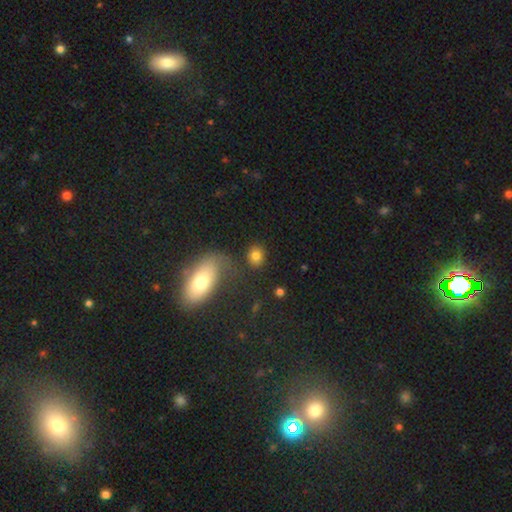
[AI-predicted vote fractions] Smooth or featured: smooth — 81% (star or artifact — 10%)
How rounded: round — 62% (in between — 37%)
Merging: none — 77% (minor disturbance — 11%)